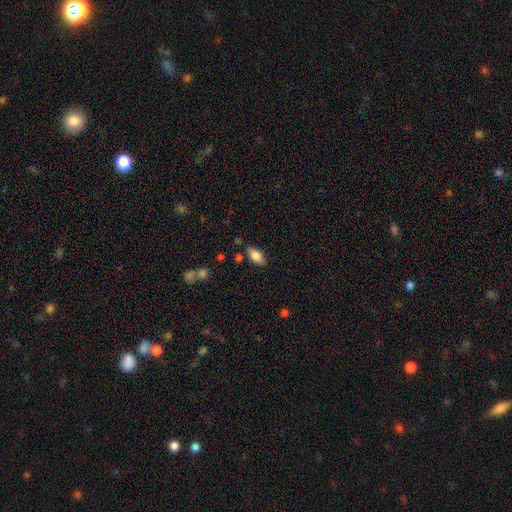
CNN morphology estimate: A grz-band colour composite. It shows a smooth galaxy with no disk features (82%) that is in between round and cigar-shaped (89%). Merging: none (79%).